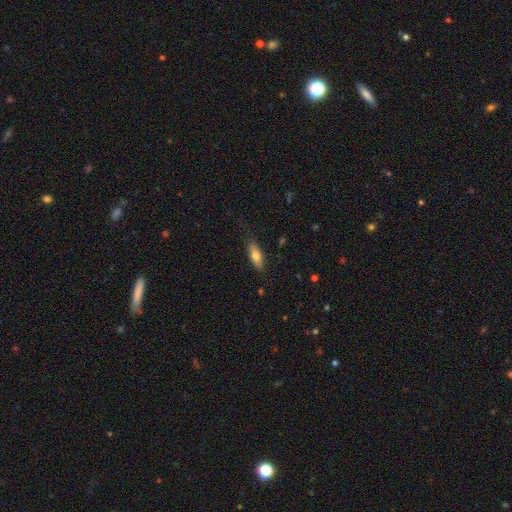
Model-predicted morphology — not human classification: Overall: smooth (69%). How rounded: in between (63%; cigar-shaped 35%). Merging: none (81%).